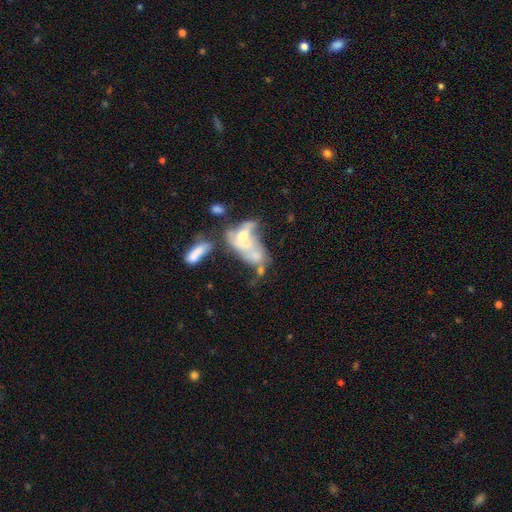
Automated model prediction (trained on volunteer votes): smooth-or-featured: featured or disk: 50% | smooth: 39% | star or artifact: 11%
  merging: merger: 68% | major disturbance: 15% | none: 11% | minor disturbance: 7%